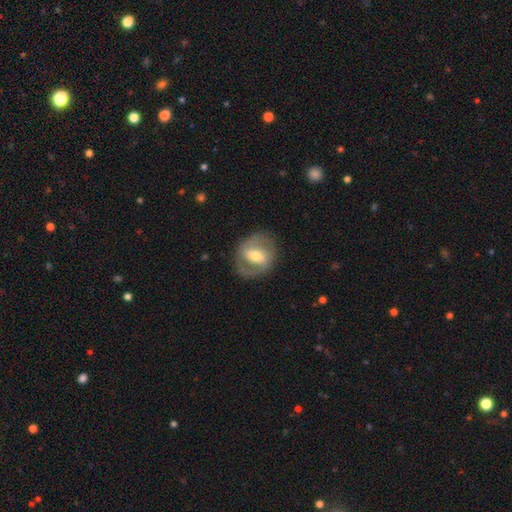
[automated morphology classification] A featured or disk galaxy (65%) with a weak bar (41%), spiral arms (66%) and a moderate central bulge (67%).

Vote fractions:
- Smooth or featured? featured or disk: 65% / smooth: 29% / star or artifact: 6%
- Edge-on disk? no: 94% / yes: 6%
- Bar? weak: 41% / strong: 39% / no: 20%
- Spiral arms? yes: 66% / no: 34%
- Bulge size? moderate: 67% / small: 22% / large: 9% / none: 1% / dominant: 1%
- Merging? none: 76% / minor disturbance: 14% / major disturbance: 8% / merger: 1%